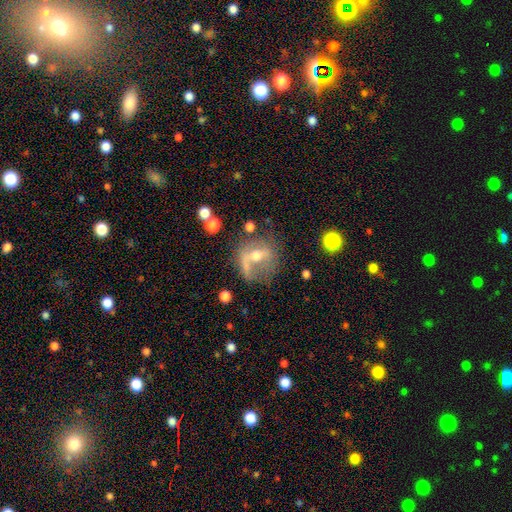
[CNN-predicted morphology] type=featured or disk (56%); edge-on=no (90%); bar=weak (37%); spiral arms=yes (50%, tied with no); bulge=moderate (61%); merging=none (43%).